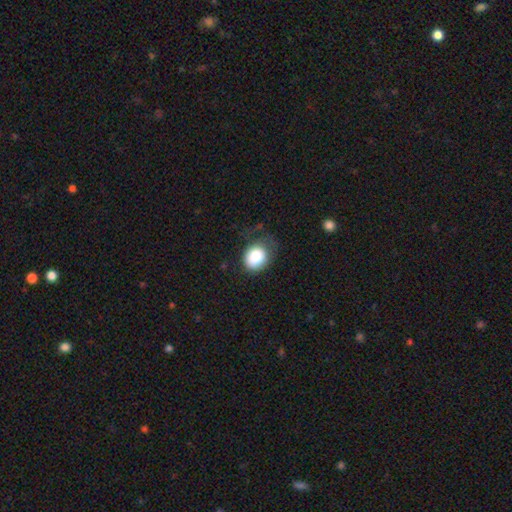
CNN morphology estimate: A smooth galaxy with no disk features (85%) that is round (58%).

Vote fractions:
- Smooth or featured? smooth: 85% / star or artifact: 8% / featured or disk: 7%
- How rounded? round: 58% / in between: 42% / cigar-shaped: 1%
- Merging? none: 49% / minor disturbance: 32% / major disturbance: 17% / merger: 2%